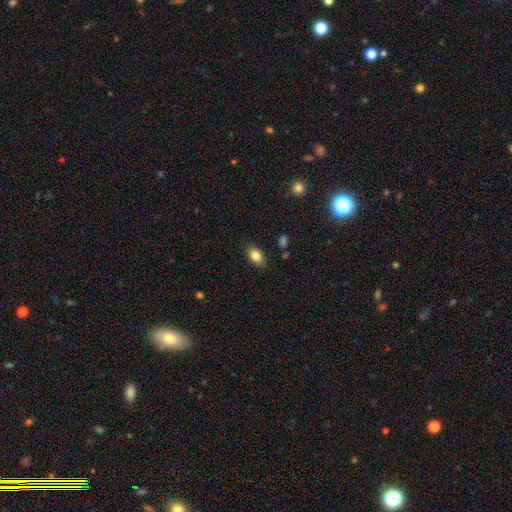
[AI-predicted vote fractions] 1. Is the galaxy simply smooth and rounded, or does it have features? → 83% smooth, 9% star or artifact, 8% featured or disk.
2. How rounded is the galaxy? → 87% in between, 10% round, 2% cigar-shaped.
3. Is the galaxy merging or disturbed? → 84% none, 12% minor disturbance, 2% major disturbance, 1% merger.